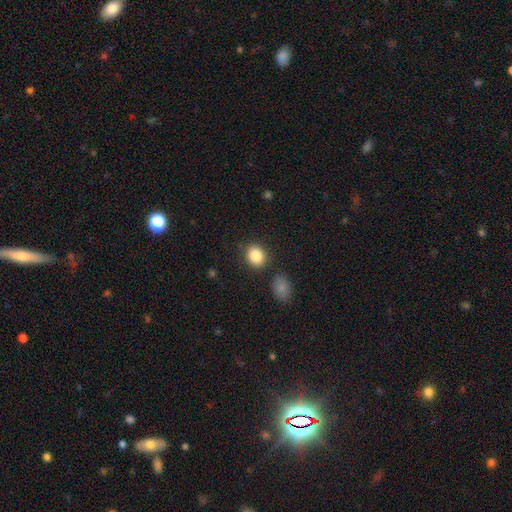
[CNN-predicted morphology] Smooth or featured? smooth (87%)
How rounded? round (53%)
Merging? none (82%)